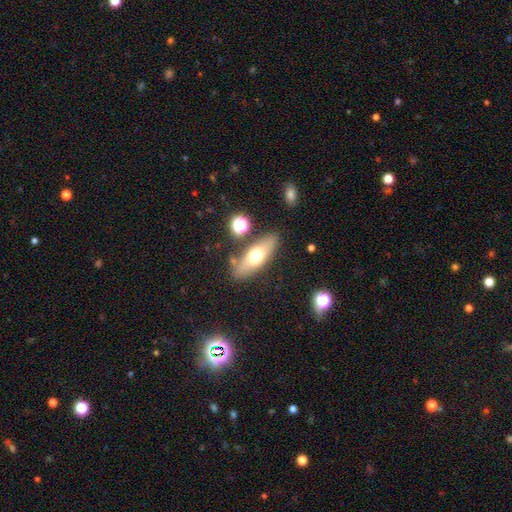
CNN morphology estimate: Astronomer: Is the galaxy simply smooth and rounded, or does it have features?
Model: smooth — 57% (runner-up: featured or disk, 35%).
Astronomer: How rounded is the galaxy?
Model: in between — 60% (runner-up: cigar-shaped, 36%).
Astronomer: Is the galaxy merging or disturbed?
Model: none — 81%.